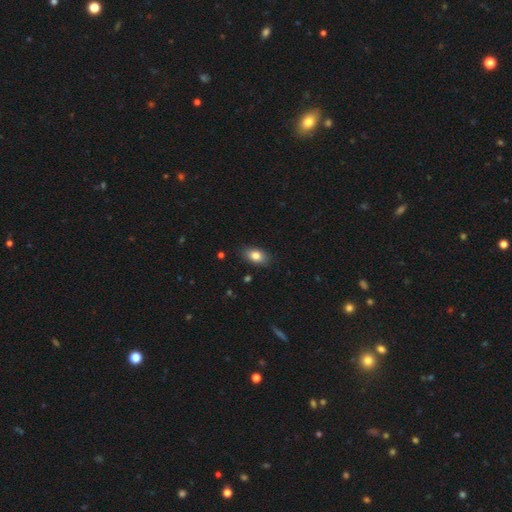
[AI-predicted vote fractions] smooth-or-featured: smooth: 82% | featured or disk: 10% | star or artifact: 8%
  how-rounded: in between: 89% | round: 8% | cigar-shaped: 3%
  merging: none: 86% | minor disturbance: 11% | major disturbance: 2% | merger: 1%